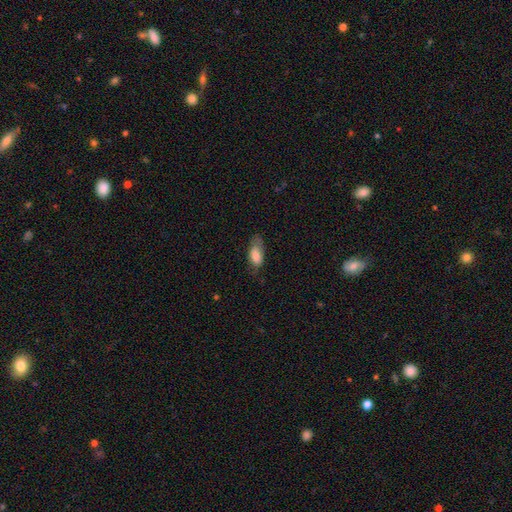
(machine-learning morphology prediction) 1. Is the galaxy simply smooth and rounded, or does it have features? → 77% smooth, 17% featured or disk, 7% star or artifact.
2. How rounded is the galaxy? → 85% in between, 12% cigar-shaped, 3% round.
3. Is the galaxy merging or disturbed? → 53% none, 32% minor disturbance, 13% major disturbance, 2% merger.